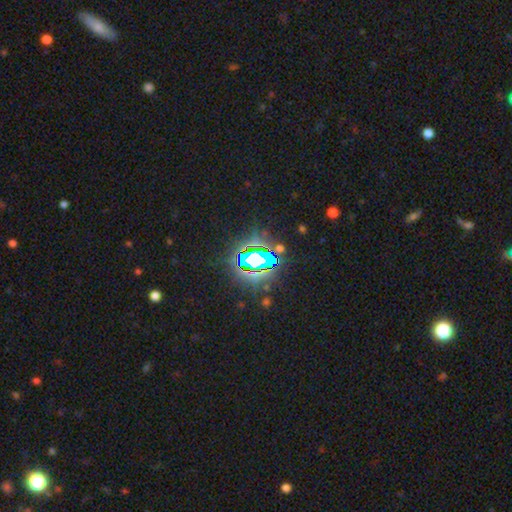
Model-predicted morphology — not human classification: Overall: star or artifact (80%).